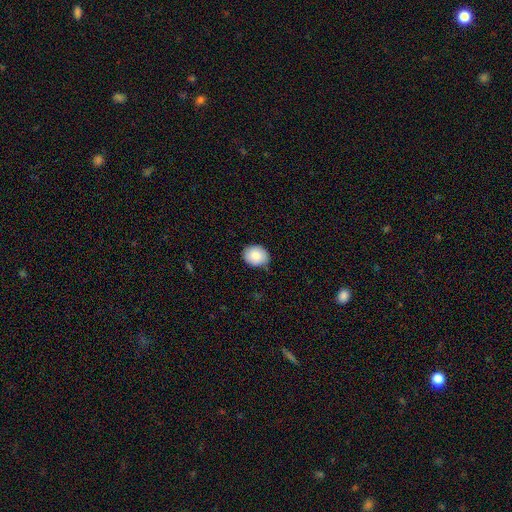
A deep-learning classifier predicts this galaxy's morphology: Smooth or featured: smooth — 83% (featured or disk — 9%)
How rounded: round — 58% (in between — 41%)
Merging: none — 79% (minor disturbance — 18%)